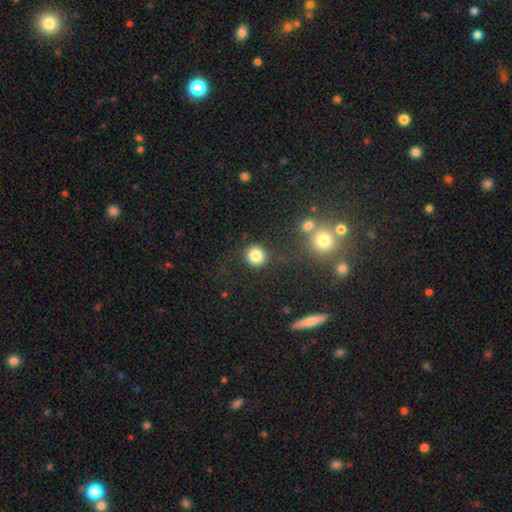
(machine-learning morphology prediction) This appears to be a smooth galaxy with no disk features (84%) that is round (91%). Merging: none (84%).